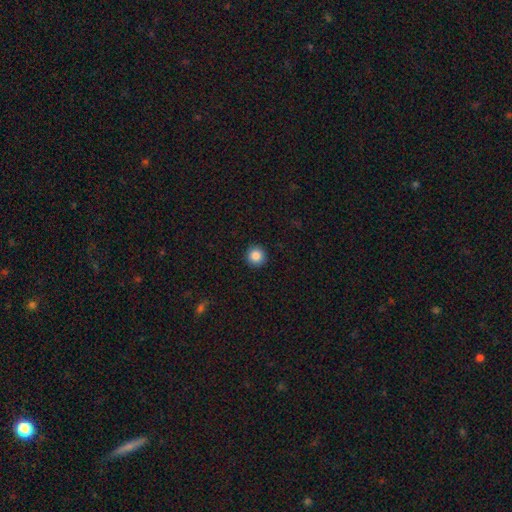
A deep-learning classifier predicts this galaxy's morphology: A smooth galaxy with no disk features (86%) that is round (95%).

Vote fractions:
- Smooth or featured? smooth: 86% / star or artifact: 9% / featured or disk: 4%
- How rounded? round: 95% / in between: 4% / cigar-shaped: 1%
- Merging? none: 93% / minor disturbance: 5% / major disturbance: 2% / merger: 1%